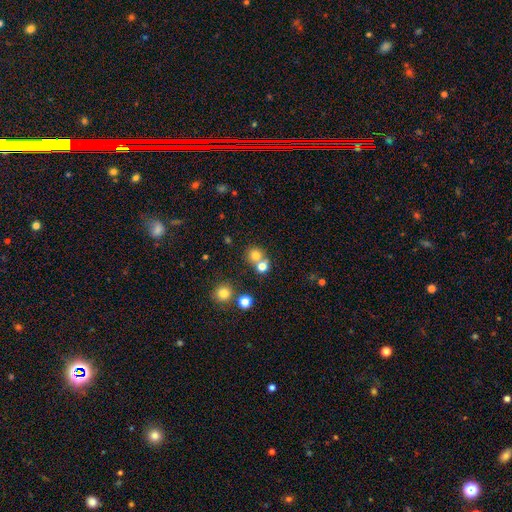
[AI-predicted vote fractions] Smooth or featured: smooth — 73% (star or artifact — 16%)
How rounded: round — 86% (in between — 13%)
Merging: none — 54% (merger — 36%)